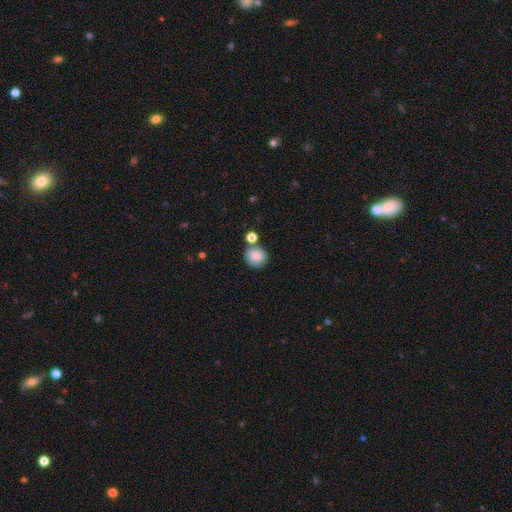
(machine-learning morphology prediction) This is clearly a smooth galaxy (84%). How rounded: clearly round (83%). Merging: likely none (64%).